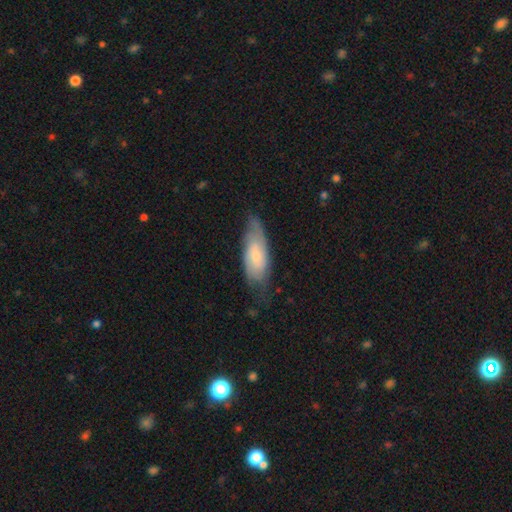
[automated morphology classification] Smooth or featured: smooth — 49% (featured or disk — 45%)
Merging: none — 61% (minor disturbance — 29%)